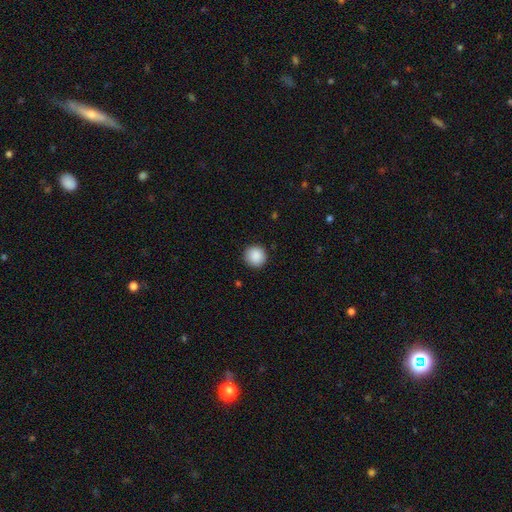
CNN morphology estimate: smooth 89%, star or artifact 8%, featured or disk 3%. Down the decision tree: how rounded — round (95%); merging — none (91%).